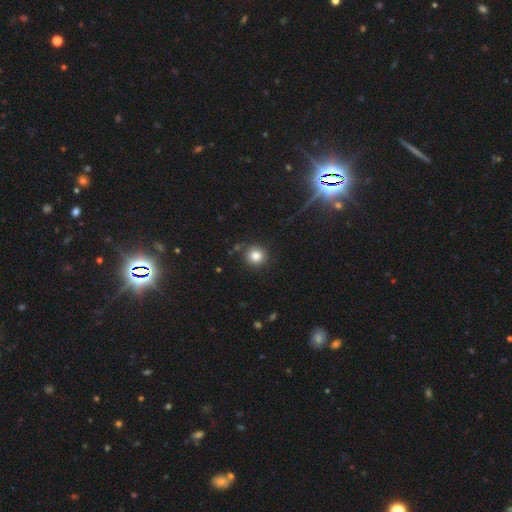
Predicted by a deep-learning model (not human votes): Q: Smooth or featured?
A: smooth (83%); runner-up: star or artifact (12%)
Q: How rounded?
A: round (90%); runner-up: in between (9%)
Q: Merging?
A: none (82%); runner-up: minor disturbance (11%)